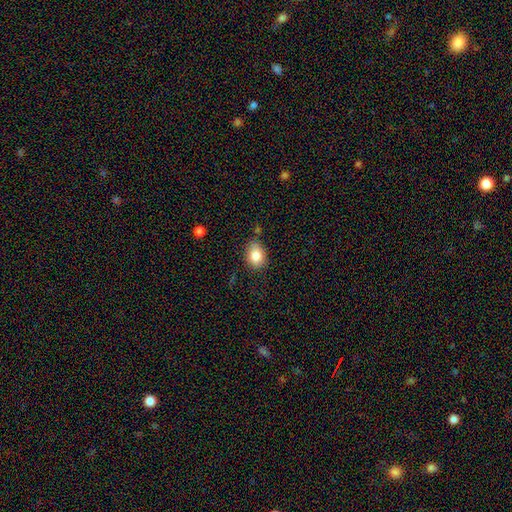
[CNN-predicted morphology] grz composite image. It shows a smooth galaxy with no disk features (84%) that is in between round and cigar-shaped (74%). Merging: none (71%).